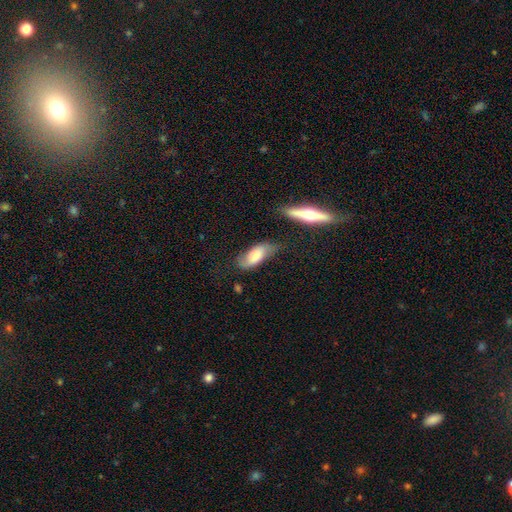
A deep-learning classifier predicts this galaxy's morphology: type=smooth (62%); roundness=in between (82%); merging=none (53%).